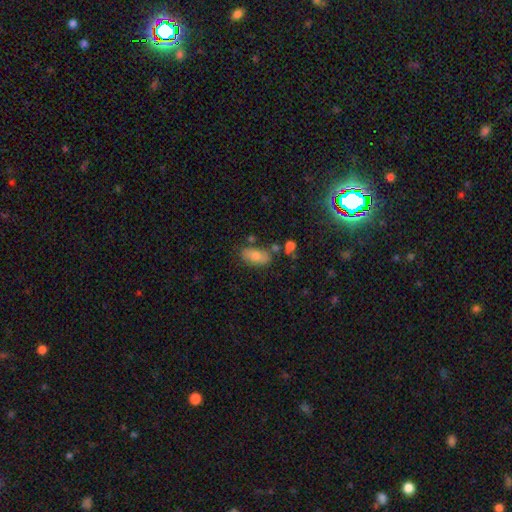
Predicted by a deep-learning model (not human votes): smooth 71%, featured or disk 20%, star or artifact 8%. Down the decision tree: how rounded — in between (91%); merging — none (68%).